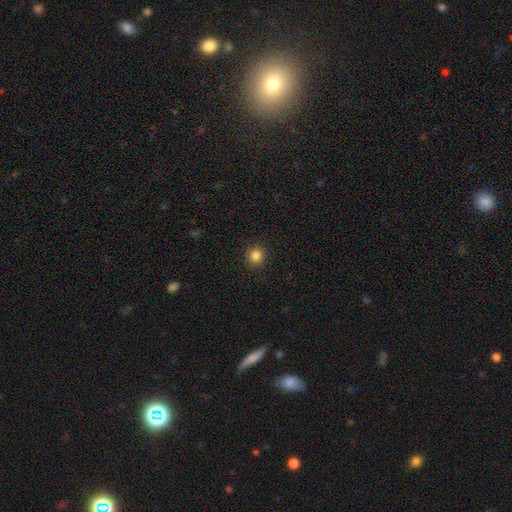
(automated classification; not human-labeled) A smooth galaxy with no disk features (85%) that is round (90%). Merging: none (91%).